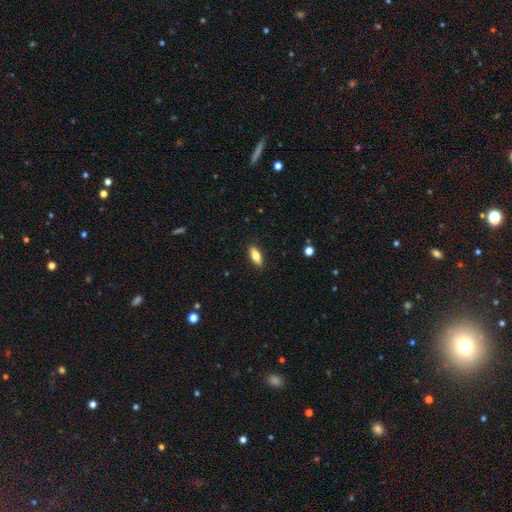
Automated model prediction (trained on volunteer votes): This appears to be a smooth galaxy with no disk features (75%) that is in between round and cigar-shaped (73%). Merging: none (89%).